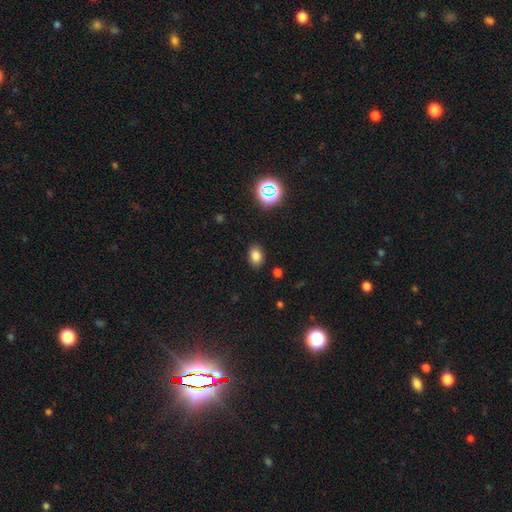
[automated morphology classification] This appears to be a smooth galaxy with no disk features (80%) that is in between round and cigar-shaped (80%). Merging: none (87%).